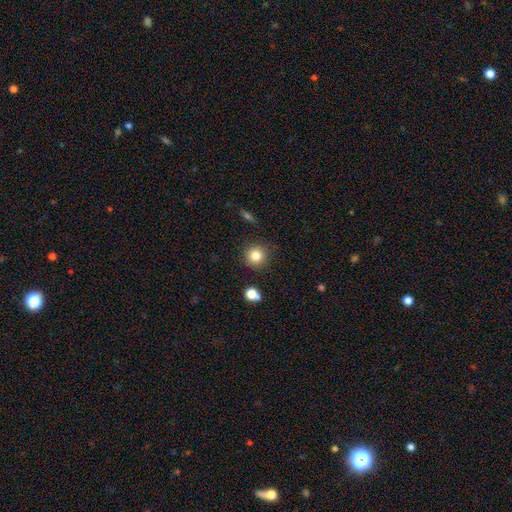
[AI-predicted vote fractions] This appears to be a smooth galaxy with no disk features (83%) that is round (93%). Merging: none (87%).